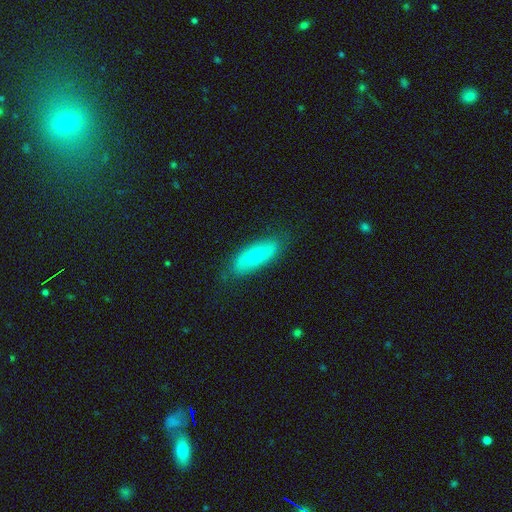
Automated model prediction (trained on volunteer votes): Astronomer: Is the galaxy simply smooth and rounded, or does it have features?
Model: smooth — 51% (runner-up: featured or disk, 42%).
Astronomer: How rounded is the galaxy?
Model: in between — 69%.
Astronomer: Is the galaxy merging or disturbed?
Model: none — 81%.